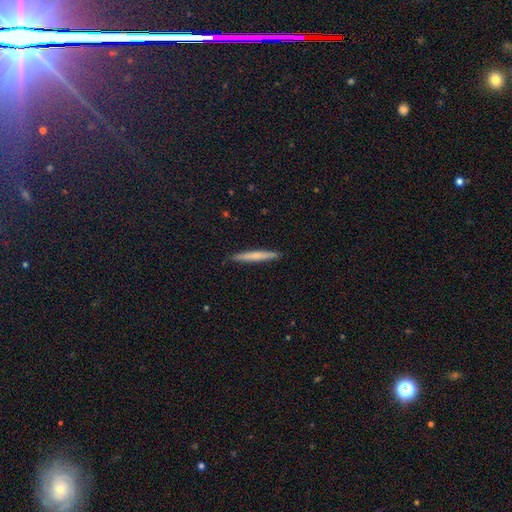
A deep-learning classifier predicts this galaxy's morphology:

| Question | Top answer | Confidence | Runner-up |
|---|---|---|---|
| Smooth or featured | smooth | 60% | featured or disk (33%) |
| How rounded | cigar-shaped | 96% | in between (2%) |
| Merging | none | 90% | minor disturbance (8%) |